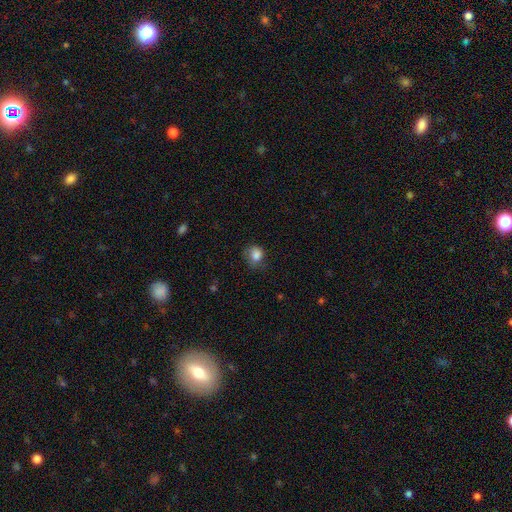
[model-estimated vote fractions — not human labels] This appears to be a smooth galaxy with no disk features (83%) that is round (67%). Merging: none (55%).